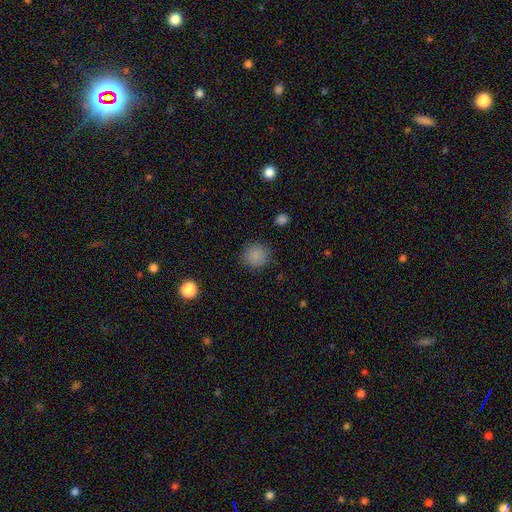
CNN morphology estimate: This is clearly a smooth galaxy (85%). How rounded: clearly round (91%). Merging: clearly none (86%).